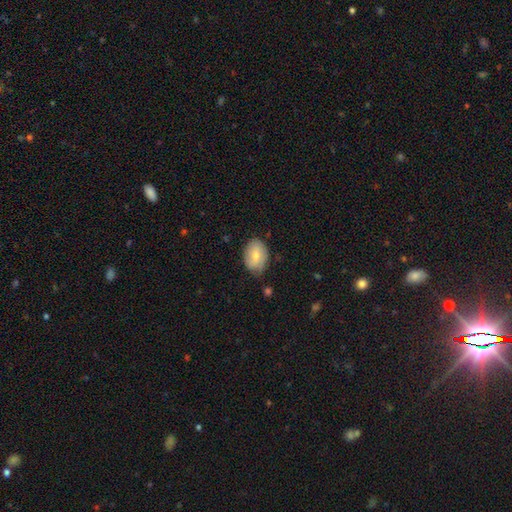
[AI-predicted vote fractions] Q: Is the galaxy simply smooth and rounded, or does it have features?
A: smooth — 72%.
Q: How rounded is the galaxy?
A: in between — 83%.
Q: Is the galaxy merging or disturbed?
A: none — 73%.